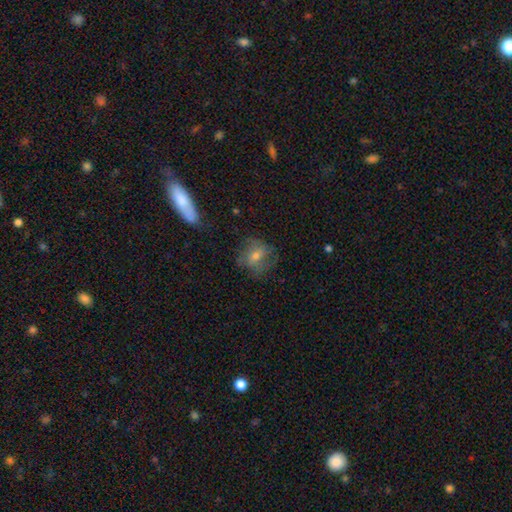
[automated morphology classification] Overall: smooth (48%; featured or disk 41%). Merging: none (58%; minor disturbance 22%).